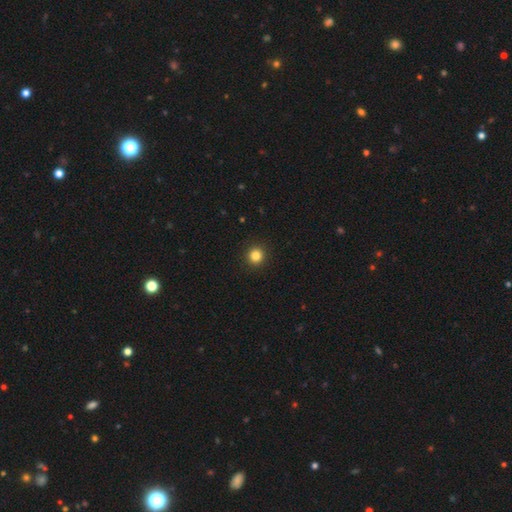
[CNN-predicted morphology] The model was most divided on "smooth or featured": smooth: 84%, star or artifact: 12%, featured or disk: 4%. More confident: how rounded — round (93%); merging — none (93%).